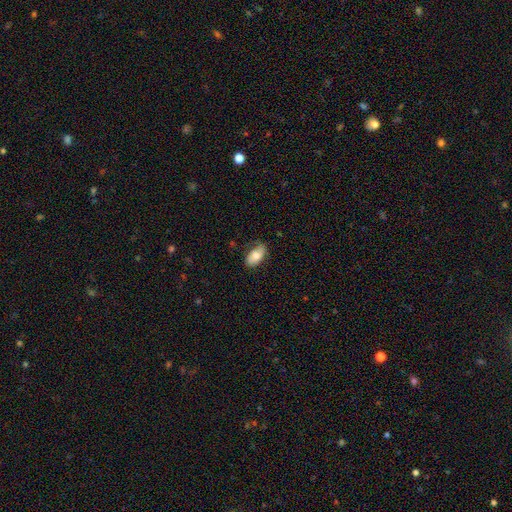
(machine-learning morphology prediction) This appears to be a smooth galaxy with no disk features (72%) that is in between round and cigar-shaped (93%). Merging: none (67%).